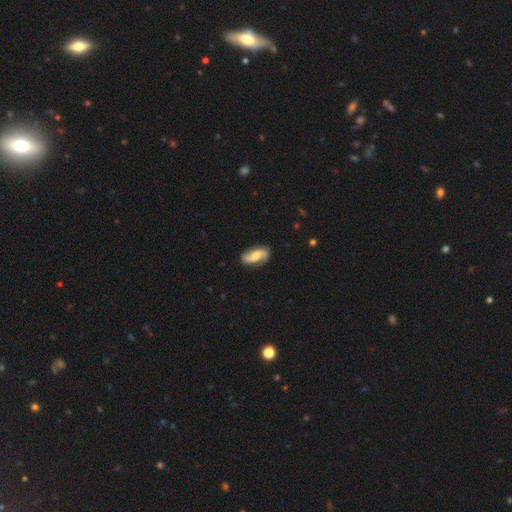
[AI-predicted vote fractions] A featured or disk galaxy (69%) with no bar (50%), 2 (91%) loose (63%) spiral arms (94%) and a moderate central bulge (51%).

Vote fractions:
- Smooth or featured? featured or disk: 69% / smooth: 25% / star or artifact: 6%
- Edge-on disk? no: 94% / yes: 6%
- Bar? no: 50% / weak: 37% / strong: 13%
- Spiral arms? yes: 94% / no: 6%
- Spiral winding? loose: 63% / medium: 26% / tight: 11%
- Spiral arm count? 2: 91% / can't tell: 4% / 1: 2% / 3: 1% / 4: 1% / more than 4: 1%
- Bulge size? moderate: 51% / small: 32% / large: 8% / none: 7% / dominant: 2%
- Merging? none: 80% / minor disturbance: 14% / major disturbance: 4% / merger: 1%